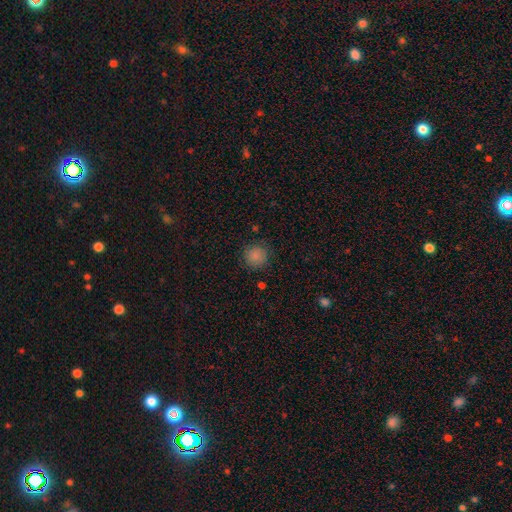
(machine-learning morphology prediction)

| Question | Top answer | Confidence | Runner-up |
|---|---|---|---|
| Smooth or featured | smooth | 86% | star or artifact (10%) |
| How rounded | round | 93% | in between (7%) |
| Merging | none | 85% | minor disturbance (11%) |